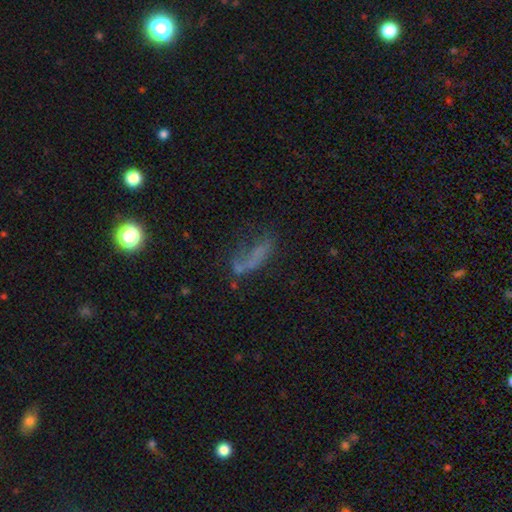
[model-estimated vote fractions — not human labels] Smooth or featured?
  - smooth: 45% *
  - featured or disk: 35%
  - star or artifact: 20%
Merging?
  - major disturbance: 36% *
  - none: 32%
  - minor disturbance: 19%
  - merger: 13%